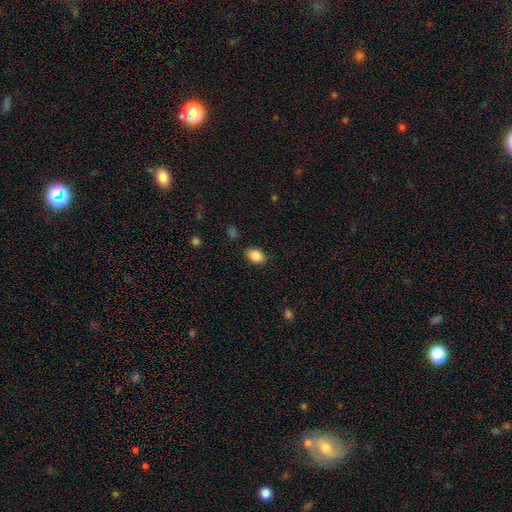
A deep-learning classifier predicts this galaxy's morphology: Q: Smooth or featured?
A: smooth (87%); runner-up: star or artifact (8%)
Q: How rounded?
A: in between (81%); runner-up: round (18%)
Q: Merging?
A: none (85%); runner-up: minor disturbance (10%)